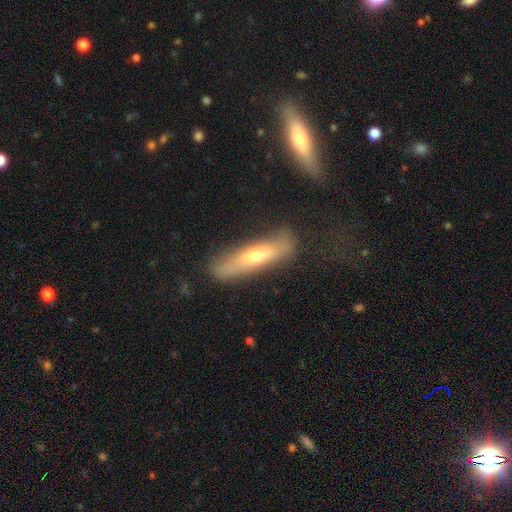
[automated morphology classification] Smooth or featured: featured or disk — 48% (smooth — 45%)
Merging: none — 69% (minor disturbance — 19%)